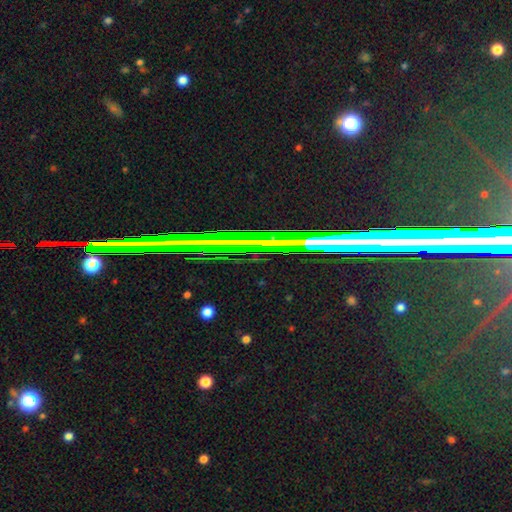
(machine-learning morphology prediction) Q: Smooth or featured?
A: star or artifact (65%); runner-up: featured or disk (19%)